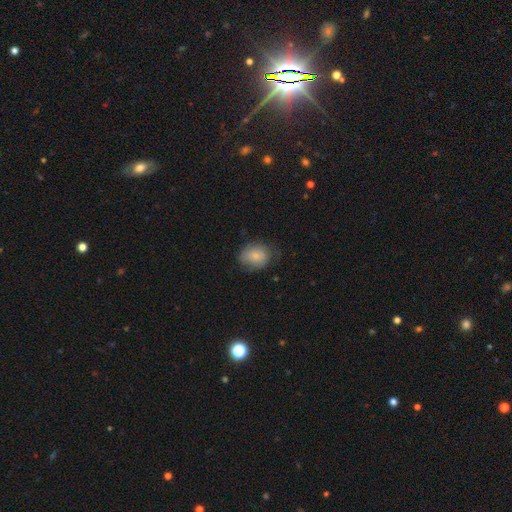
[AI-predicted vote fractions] The model was most divided on "how rounded": in between: 51%, round: 48%, cigar-shaped: 1%. More confident: smooth or featured — smooth (81%); merging — none (63%).